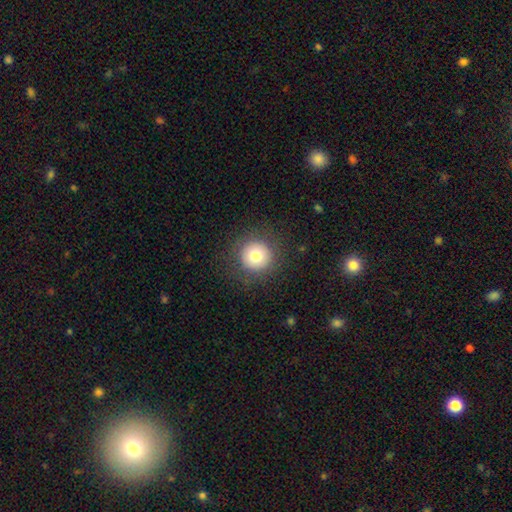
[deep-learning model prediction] Smooth or featured?
  - smooth: 77% *
  - featured or disk: 13%
  - star or artifact: 11%
How rounded?
  - round: 95% *
  - in between: 4%
  - cigar-shaped: 1%
Merging?
  - none: 88% *
  - minor disturbance: 8%
  - major disturbance: 4%
  - merger: 1%